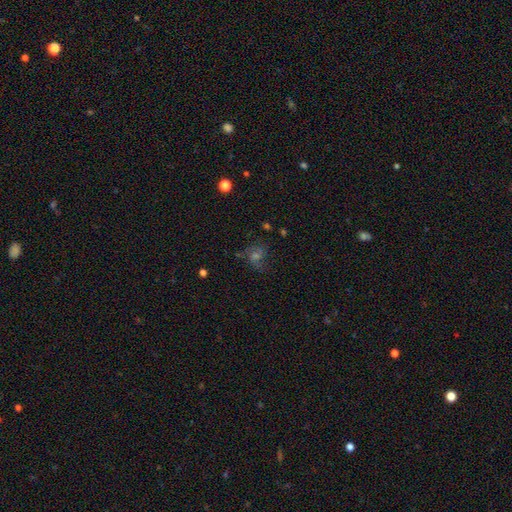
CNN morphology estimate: smooth-or-featured: featured or disk: 40% | star or artifact: 31% | smooth: 29%
  merging: none: 63% | minor disturbance: 18% | major disturbance: 16% | merger: 3%